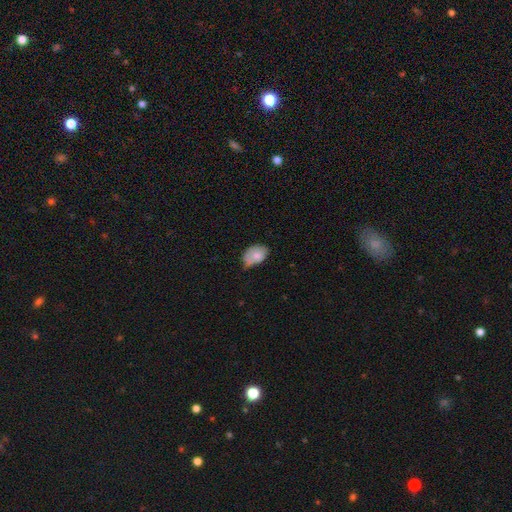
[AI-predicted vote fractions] A smooth galaxy with no disk features (69%) that is in between round and cigar-shaped (83%). Merging: minor disturbance (47%).